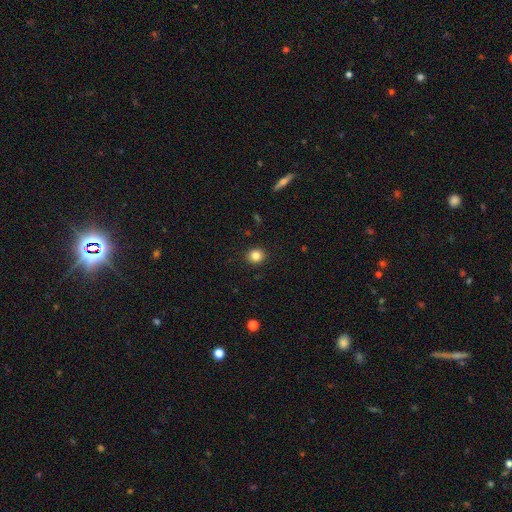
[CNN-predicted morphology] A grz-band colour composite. It shows a smooth galaxy with no disk features (84%) that is round (85%). Merging: none (92%).